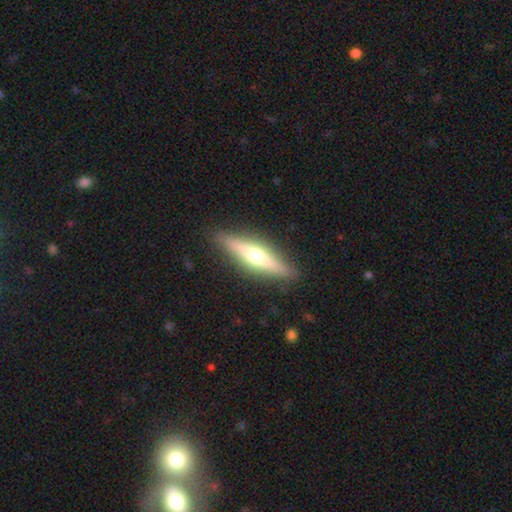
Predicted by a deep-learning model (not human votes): Smooth or featured?
  - featured or disk: 60% *
  - smooth: 34%
  - star or artifact: 6%
Edge-on disk?
  - yes: 94% *
  - no: 6%
Edge-on bulge?
  - rounded: 91% *
  - none: 5%
  - boxy: 4%
Merging?
  - none: 89% *
  - minor disturbance: 8%
  - major disturbance: 2%
  - merger: 1%